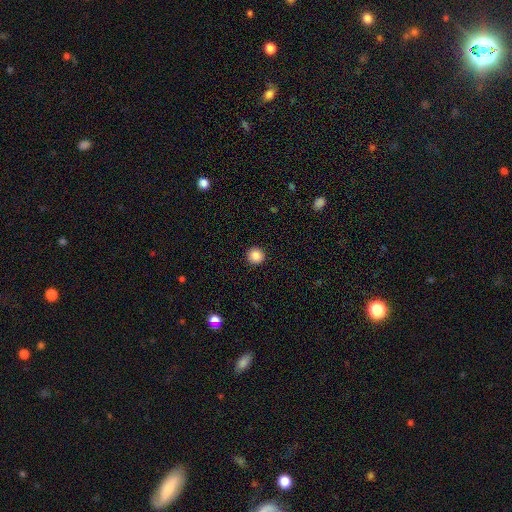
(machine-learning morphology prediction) type=smooth (87%); roundness=round (95%); merging=none (93%).